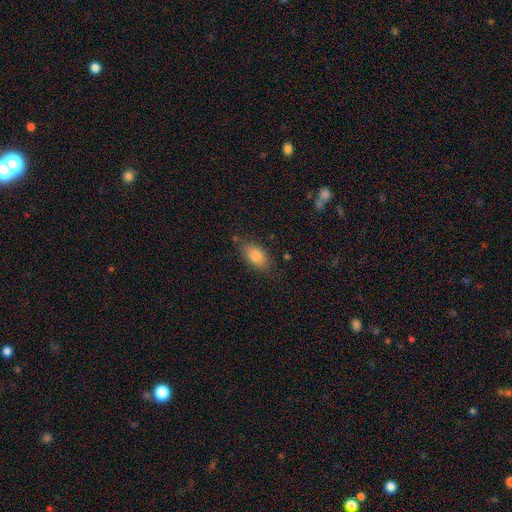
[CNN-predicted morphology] Smooth or featured? smooth (83%)
How rounded? in between (88%)
Merging? none (77%)